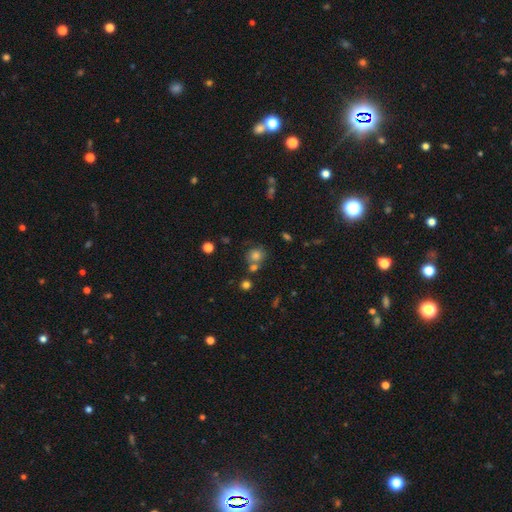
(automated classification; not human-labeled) Smooth or featured? Predicted: smooth (p=0.73). How rounded? Predicted: round (p=0.81). Merging? Predicted: none (p=0.56).